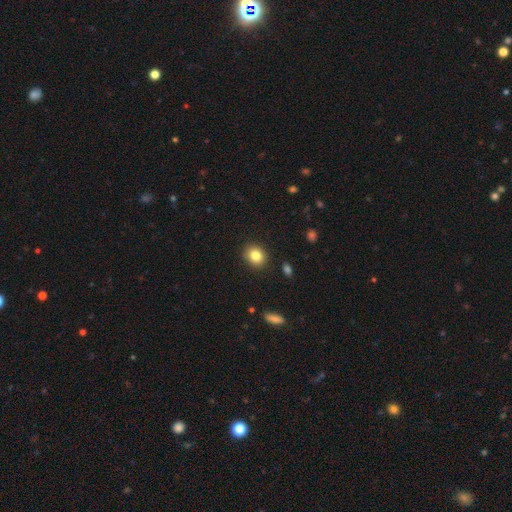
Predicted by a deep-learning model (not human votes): Morphology: type=smooth (83%); roundness=round (70%); merging=none (90%).